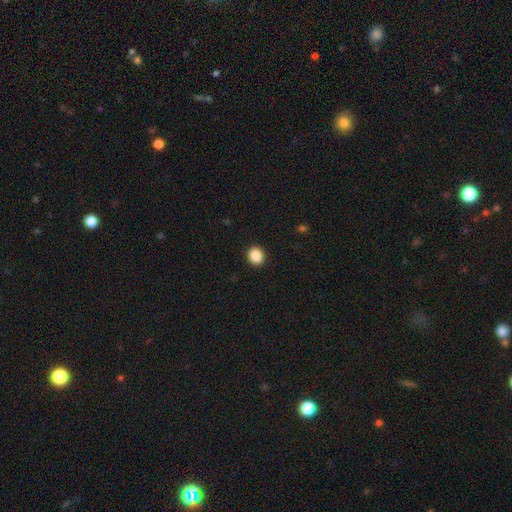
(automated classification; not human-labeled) Smooth or featured: smooth — 89% (star or artifact — 9%)
How rounded: round — 72% (in between — 27%)
Merging: none — 92% (minor disturbance — 5%)